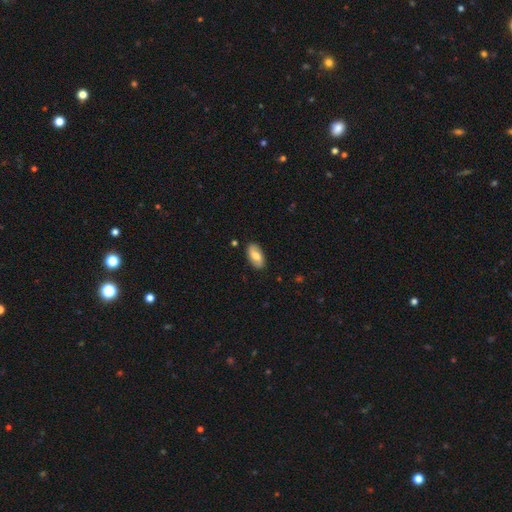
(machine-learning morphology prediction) Overall: smooth (61%; featured or disk 33%). How rounded: in between (93%). Merging: none (86%).